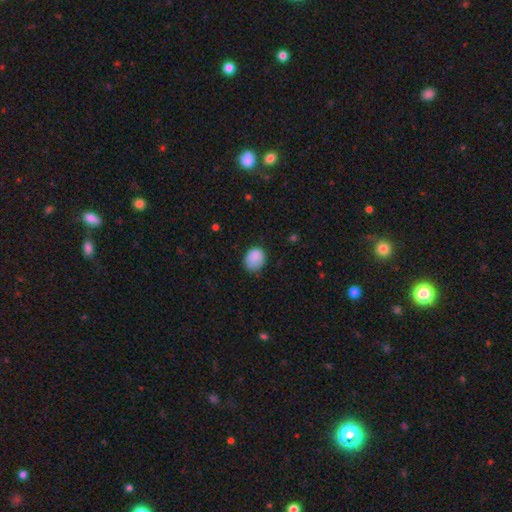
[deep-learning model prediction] Smooth or featured? Predicted: smooth (p=0.86). How rounded? Predicted: in between (p=0.50, tied with round). Merging? Predicted: none (p=0.65).